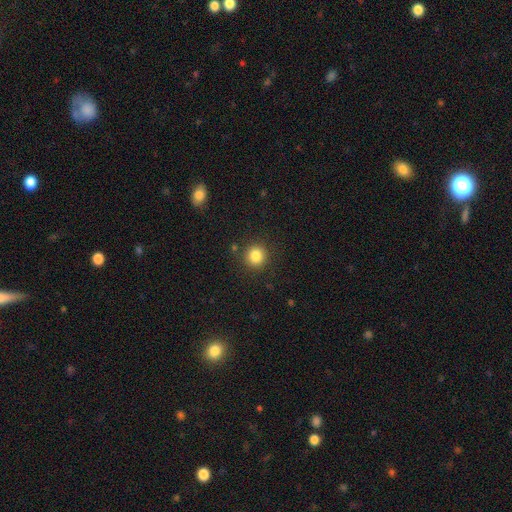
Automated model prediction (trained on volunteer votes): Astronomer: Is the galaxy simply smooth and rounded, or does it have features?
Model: smooth — 84%.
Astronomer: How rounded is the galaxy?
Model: round — 91%.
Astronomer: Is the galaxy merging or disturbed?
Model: none — 88%.